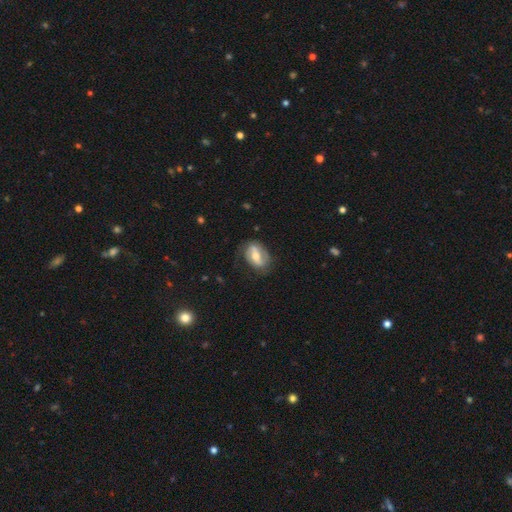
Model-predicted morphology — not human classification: featured or disk 63%, smooth 30%, star or artifact 7%. Down the decision tree: edge-on disk — no (94%); bar — strong (40%); spiral arms — yes (77%); bulge size — moderate (63%); merging — none (70%).